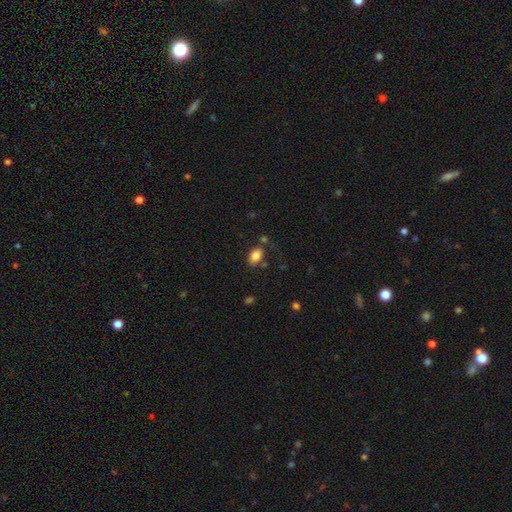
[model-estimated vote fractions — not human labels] A smooth galaxy with no disk features (85%) that is in between round and cigar-shaped (87%). Merging: none (72%).